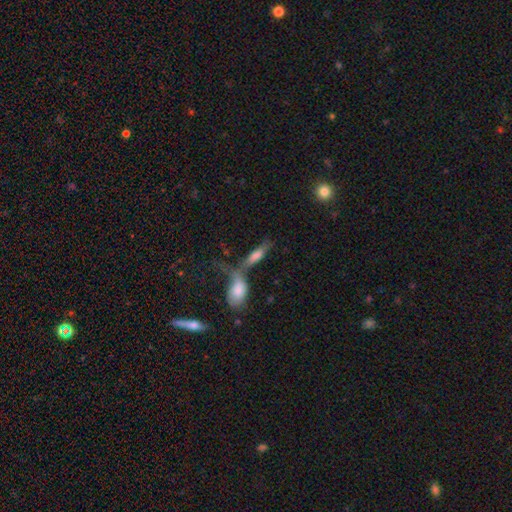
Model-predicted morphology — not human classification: smooth-or-featured: smooth: 62% | featured or disk: 28% | star or artifact: 9%
  how-rounded: in between: 54% | cigar-shaped: 42% | round: 4%
  merging: merger: 56% | none: 24% | minor disturbance: 10% | major disturbance: 10%